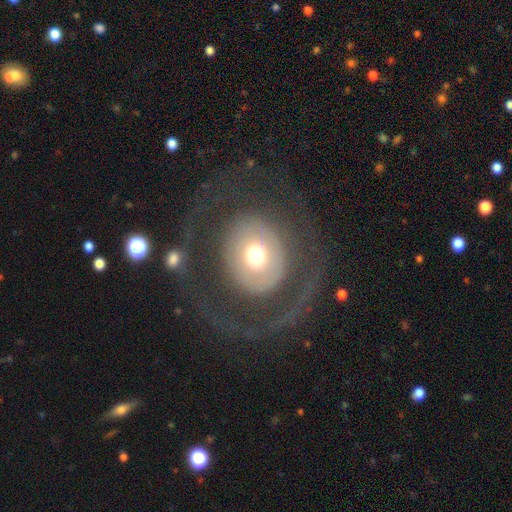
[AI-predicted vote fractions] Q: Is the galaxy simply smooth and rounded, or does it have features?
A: featured or disk — 49%.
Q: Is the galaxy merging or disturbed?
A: major disturbance — 44%.